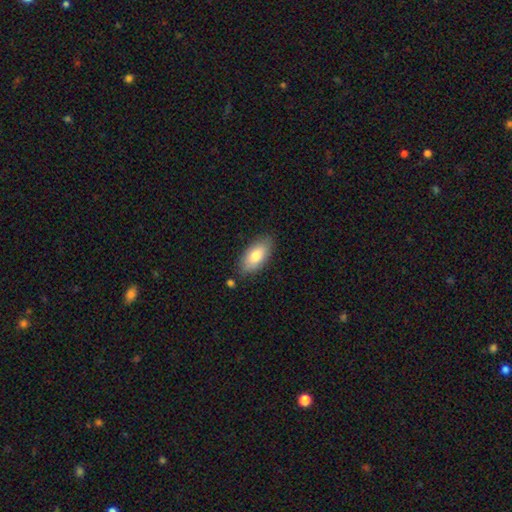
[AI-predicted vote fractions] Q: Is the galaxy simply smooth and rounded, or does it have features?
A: smooth — 79%.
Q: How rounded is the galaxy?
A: in between — 91%.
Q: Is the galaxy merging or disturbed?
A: none — 82%.